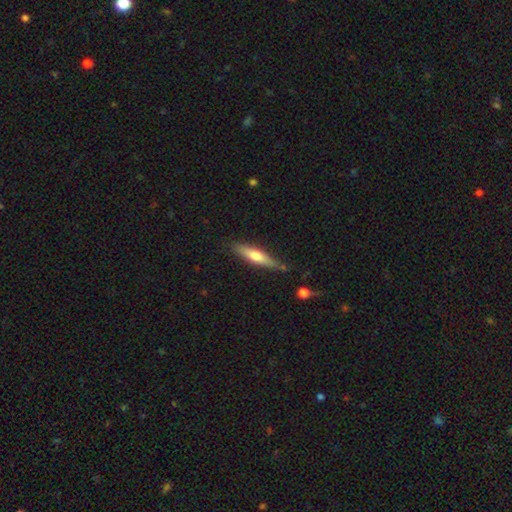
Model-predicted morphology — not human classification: smooth-or-featured: smooth: 56% | featured or disk: 38% | star or artifact: 6%
  how-rounded: cigar-shaped: 78% | in between: 20% | round: 2%
  merging: none: 76% | minor disturbance: 17% | merger: 4% | major disturbance: 3%